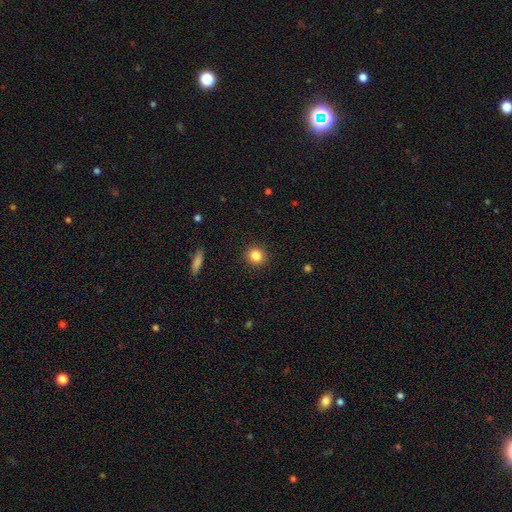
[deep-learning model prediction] Smooth or featured? Predicted: smooth (p=0.84). How rounded? Predicted: round (p=0.89). Merging? Predicted: none (p=0.92).